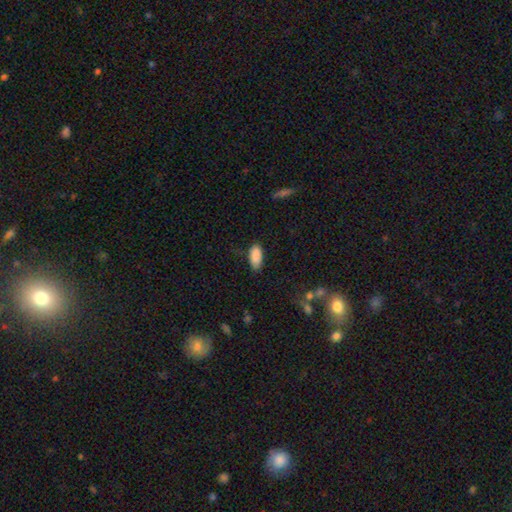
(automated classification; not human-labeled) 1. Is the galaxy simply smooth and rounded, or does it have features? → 88% smooth, 7% star or artifact, 5% featured or disk.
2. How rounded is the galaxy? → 90% in between, 8% cigar-shaped, 2% round.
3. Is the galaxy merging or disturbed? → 75% none, 20% minor disturbance, 4% major disturbance, 2% merger.